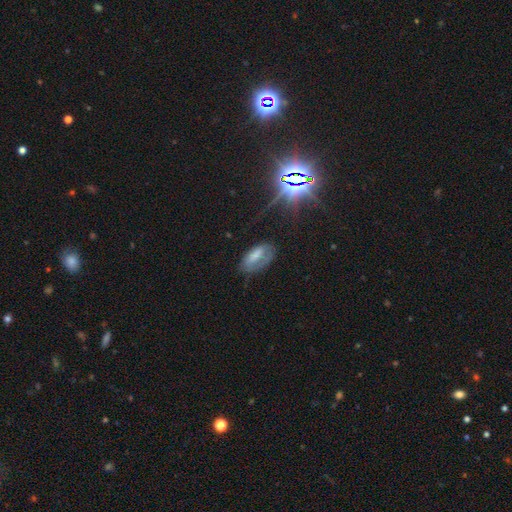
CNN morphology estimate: Smooth or featured?
  - smooth: 58% *
  - featured or disk: 29%
  - star or artifact: 12%
How rounded?
  - in between: 90% *
  - cigar-shaped: 7%
  - round: 4%
Merging?
  - none: 55% *
  - minor disturbance: 28%
  - major disturbance: 15%
  - merger: 2%